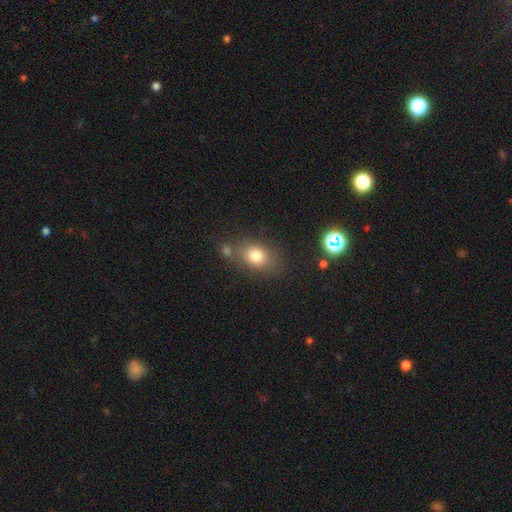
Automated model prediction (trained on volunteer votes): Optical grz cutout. It shows a smooth galaxy with no disk features (79%) that is in between round and cigar-shaped (68%). Merging: none (65%).